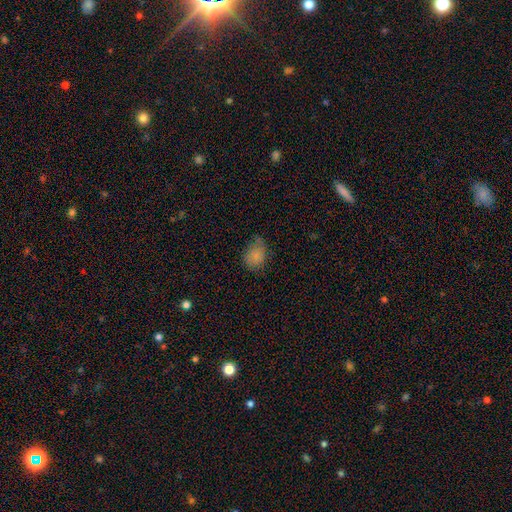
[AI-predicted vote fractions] Smooth or featured? Predicted: smooth (p=0.81). How rounded? Predicted: in between (p=0.70). Merging? Predicted: none (p=0.54).